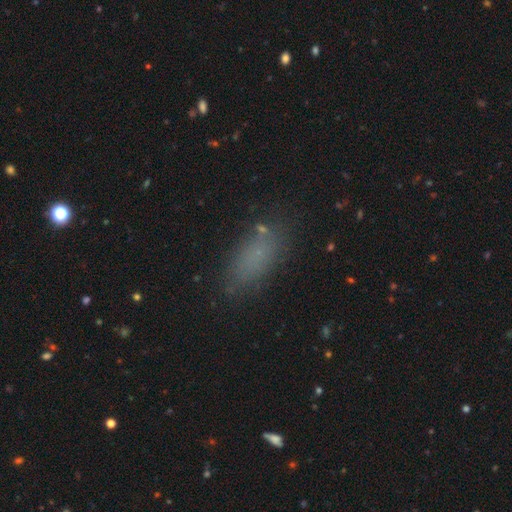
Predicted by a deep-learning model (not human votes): smooth-or-featured: smooth: 75% | star or artifact: 15% | featured or disk: 10%
  how-rounded: in between: 80% | cigar-shaped: 16% | round: 4%
  merging: none: 77% | minor disturbance: 14% | major disturbance: 6% | merger: 3%